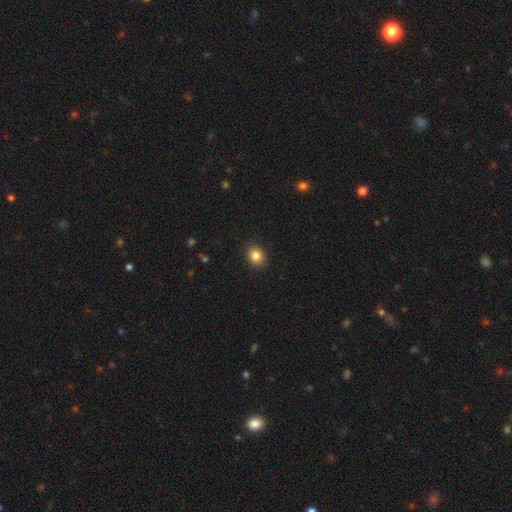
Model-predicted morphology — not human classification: A smooth galaxy with no disk features (85%) that is round (60%). Merging: none (90%).